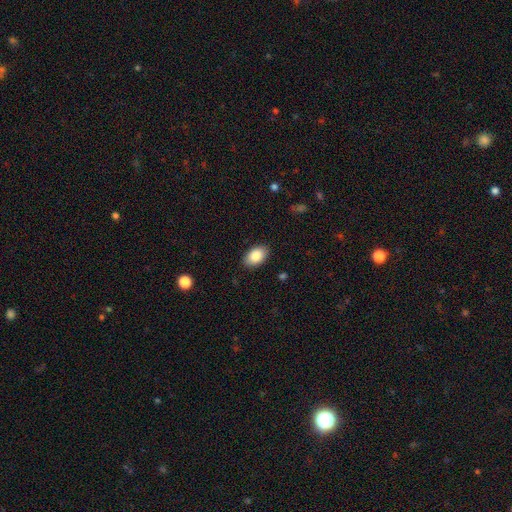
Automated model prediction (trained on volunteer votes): This is clearly a smooth galaxy (87%). How rounded: clearly in between (92%). Merging: clearly none (88%).